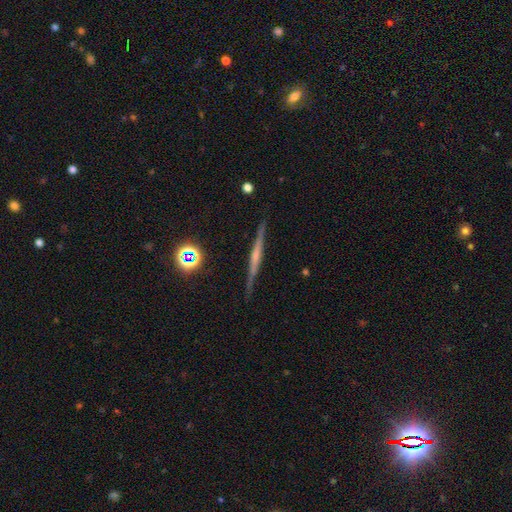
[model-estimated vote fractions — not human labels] Morphology: type=featured or disk (65%); edge-on=yes (97%); edge-on bulge=none (42%); merging=none (87%).